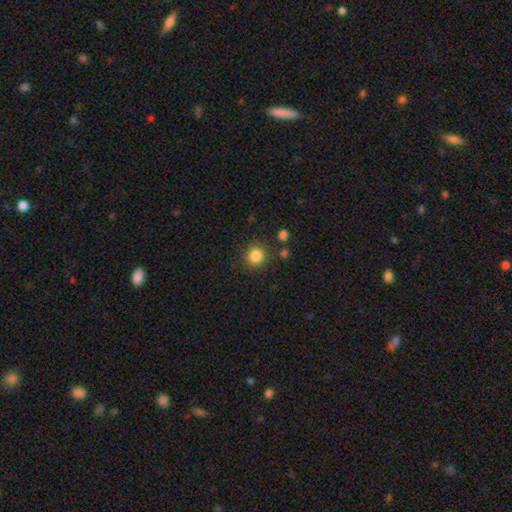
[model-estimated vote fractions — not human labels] Smooth or featured? smooth (85%)
How rounded? round (91%)
Merging? none (86%)